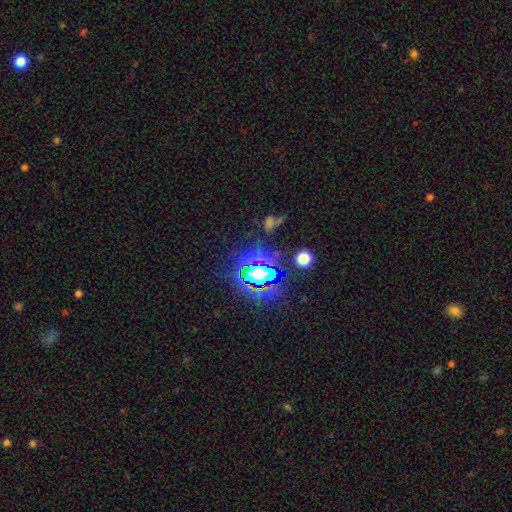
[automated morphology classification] This is likely a star or artifact rather than a galaxy (78%).